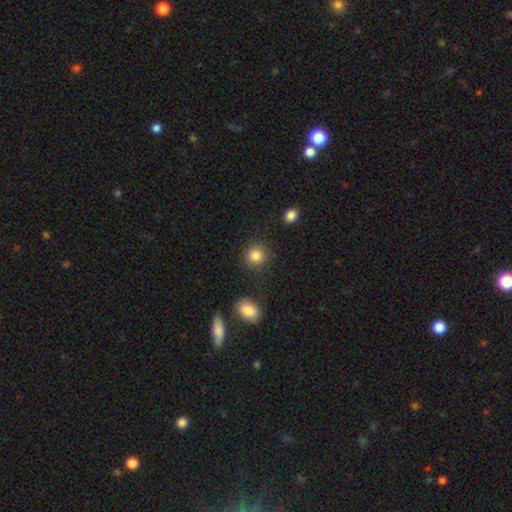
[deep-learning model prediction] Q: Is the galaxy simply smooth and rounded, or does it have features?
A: smooth — 86%.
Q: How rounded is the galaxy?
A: round — 88%.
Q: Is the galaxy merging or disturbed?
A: none — 86%.